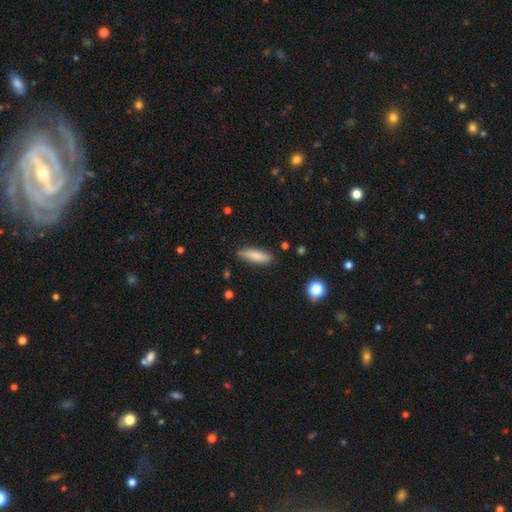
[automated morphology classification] Smooth or featured? smooth (80%)
How rounded? cigar-shaped (60%)
Merging? none (84%)